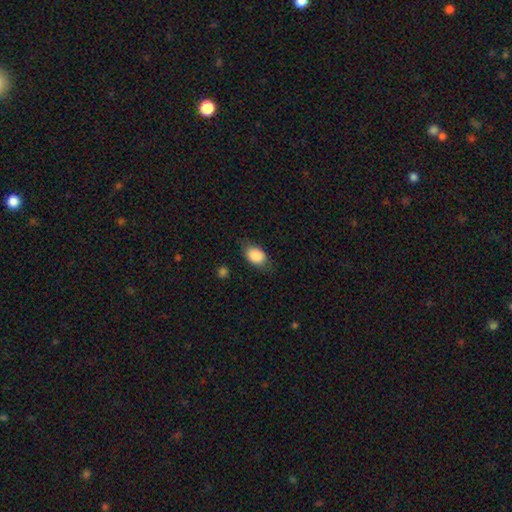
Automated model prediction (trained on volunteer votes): A smooth galaxy with no disk features (85%) that is in between round and cigar-shaped (77%).

Vote fractions:
- Smooth or featured? smooth: 85% / featured or disk: 7% / star or artifact: 7%
- How rounded? in between: 77% / round: 21% / cigar-shaped: 2%
- Merging? none: 70% / minor disturbance: 21% / major disturbance: 7% / merger: 2%